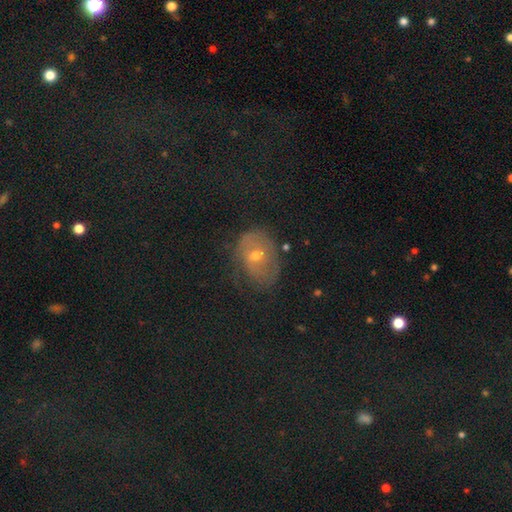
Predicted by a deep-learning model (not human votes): This is marginally a featured or disk galaxy (42%). Merging: possibly none (59%).